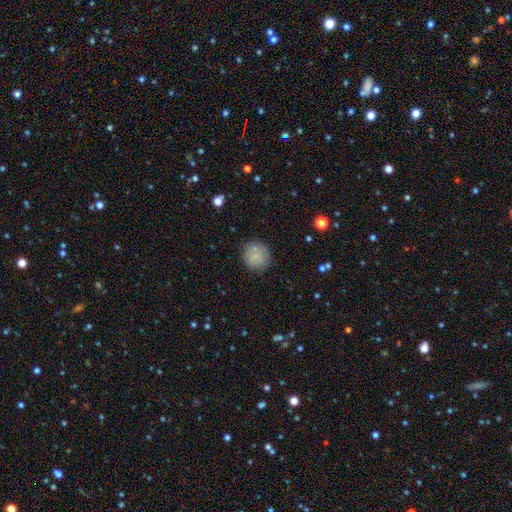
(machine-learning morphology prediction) A smooth galaxy with no disk features (77%) that is round (92%). Merging: none (78%).